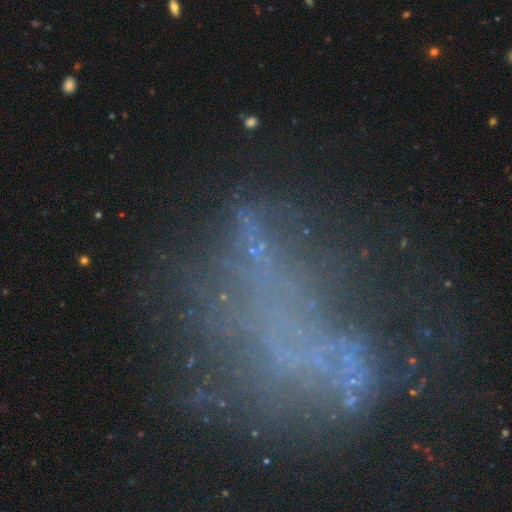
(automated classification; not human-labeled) Overall: featured or disk (42%; star or artifact 38%). Merging: none (41%; major disturbance 36%).